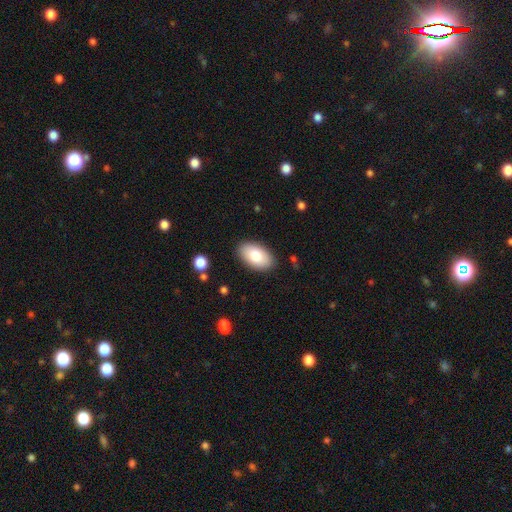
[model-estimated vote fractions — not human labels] This is likely a smooth galaxy (80%). How rounded: clearly in between (95%). Merging: clearly none (87%).